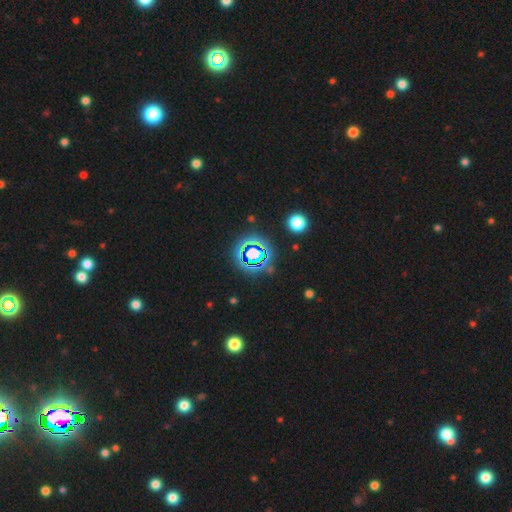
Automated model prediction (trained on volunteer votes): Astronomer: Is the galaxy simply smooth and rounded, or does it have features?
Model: star or artifact — 69%.